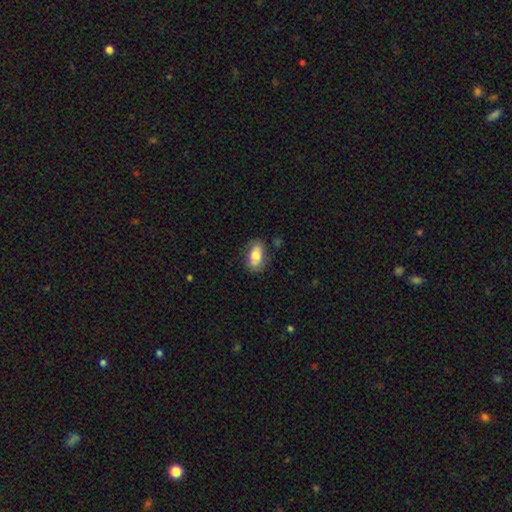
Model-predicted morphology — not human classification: type=smooth (73%); roundness=in between (89%); merging=none (77%).